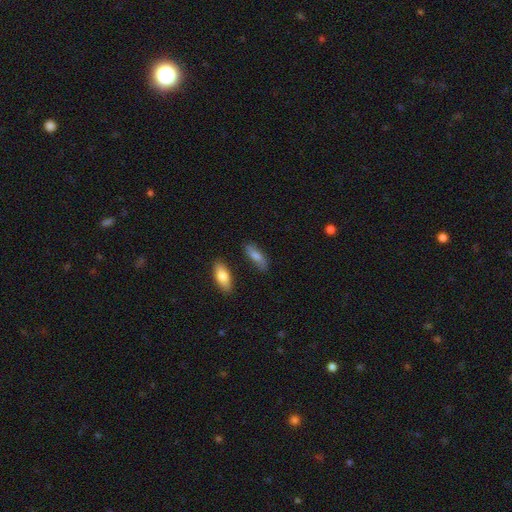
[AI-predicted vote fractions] Smooth or featured?
  - smooth: 69% *
  - featured or disk: 22%
  - star or artifact: 9%
How rounded?
  - in between: 61% *
  - cigar-shaped: 35%
  - round: 3%
Merging?
  - none: 72% *
  - minor disturbance: 19%
  - merger: 5%
  - major disturbance: 5%